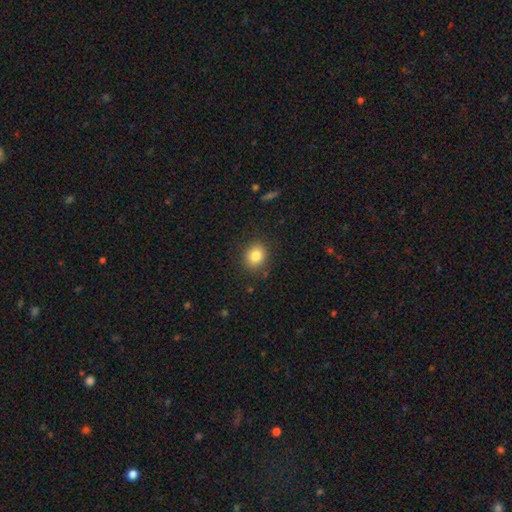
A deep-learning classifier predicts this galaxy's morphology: type=smooth (82%); roundness=round (72%); merging=none (86%).